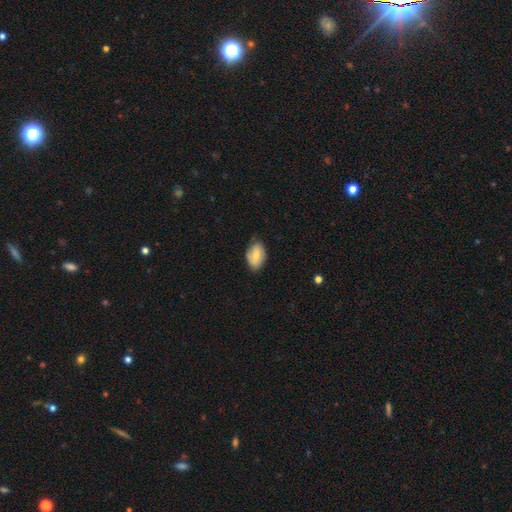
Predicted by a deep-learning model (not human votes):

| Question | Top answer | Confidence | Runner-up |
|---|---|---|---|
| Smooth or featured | smooth | 66% | featured or disk (27%) |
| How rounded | in between | 90% | round (8%) |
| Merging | none | 68% | minor disturbance (26%) |